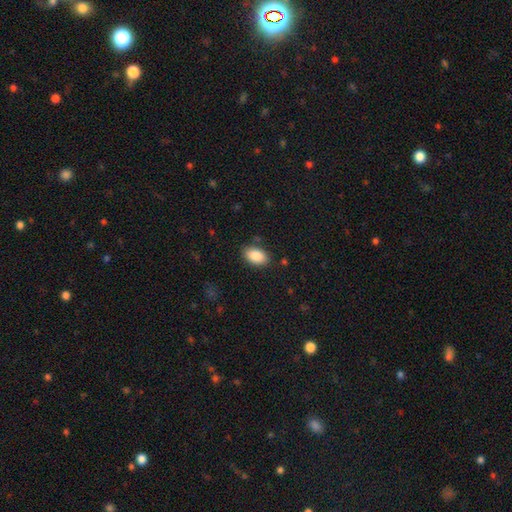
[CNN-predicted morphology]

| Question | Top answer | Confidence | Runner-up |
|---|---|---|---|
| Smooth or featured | smooth | 88% | star or artifact (7%) |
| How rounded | in between | 92% | round (7%) |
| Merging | none | 84% | minor disturbance (11%) |